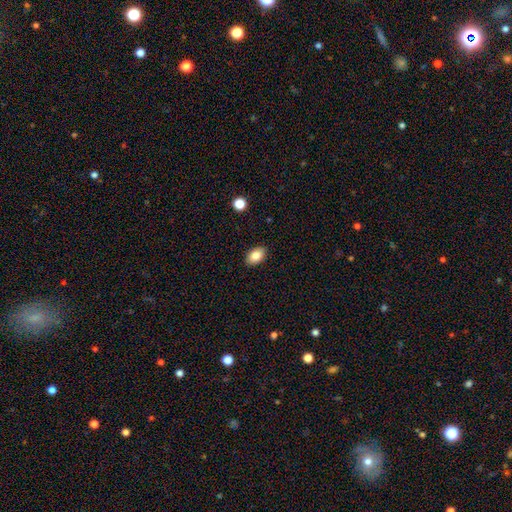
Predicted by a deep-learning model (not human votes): smooth_or_featured: smooth (p=0.84) [alt: star or artifact p=0.08]
how_rounded: in between (p=0.89) [alt: round p=0.09]
merging: none (p=0.89) [alt: minor disturbance p=0.08]